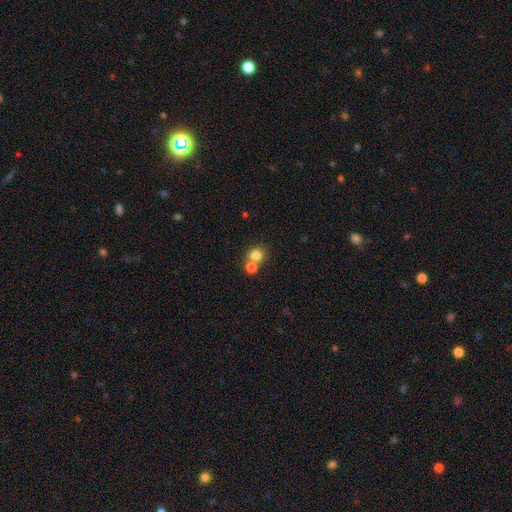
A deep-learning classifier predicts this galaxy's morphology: smooth-or-featured: smooth: 79% | star or artifact: 12% | featured or disk: 9%
  how-rounded: round: 80% | in between: 19% | cigar-shaped: 1%
  merging: none: 50% | merger: 41% | minor disturbance: 7% | major disturbance: 3%